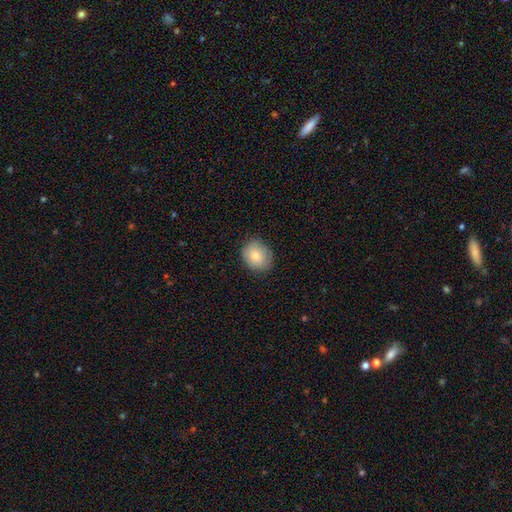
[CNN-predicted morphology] smooth-or-featured: smooth: 83% | featured or disk: 9% | star or artifact: 8%
  how-rounded: round: 55% | in between: 44% | cigar-shaped: 1%
  merging: none: 83% | minor disturbance: 13% | major disturbance: 3% | merger: 1%